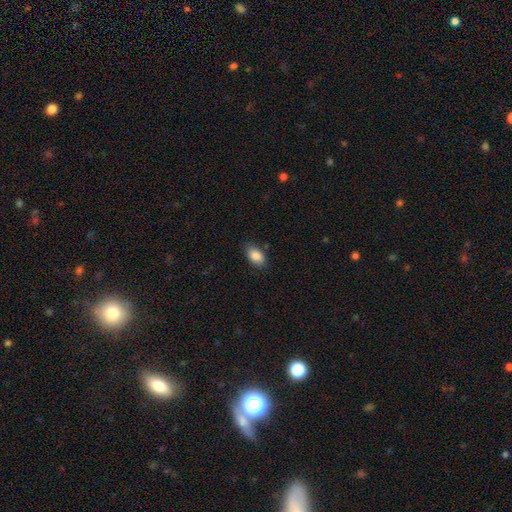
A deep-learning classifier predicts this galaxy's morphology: Smooth or featured? smooth (88%)
How rounded? in between (92%)
Merging? none (82%)